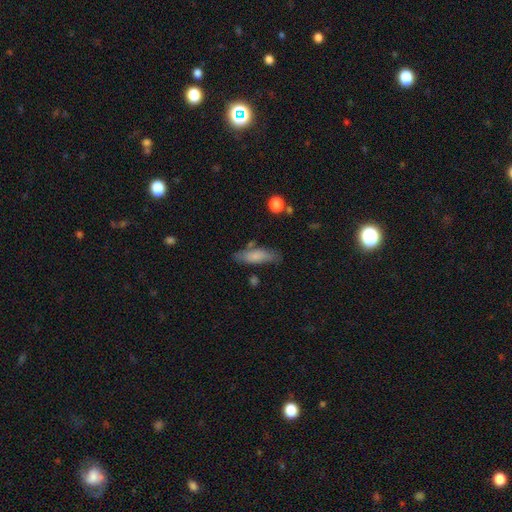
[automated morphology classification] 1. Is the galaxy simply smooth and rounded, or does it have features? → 75% smooth, 18% featured or disk, 7% star or artifact.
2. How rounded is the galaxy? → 49% in between (tied), 49% cigar-shaped (tied), 2% round.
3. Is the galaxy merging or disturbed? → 69% none, 21% minor disturbance, 5% major disturbance, 5% merger.